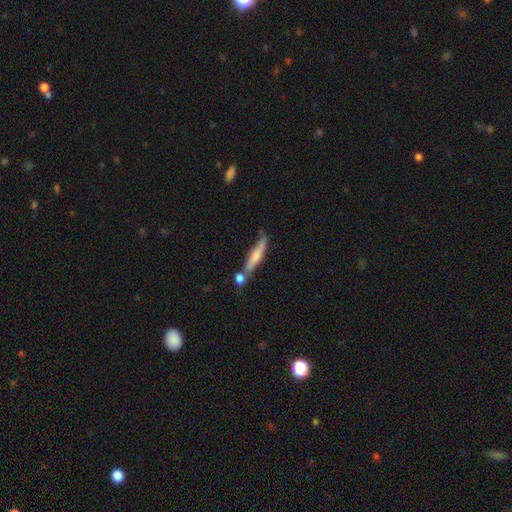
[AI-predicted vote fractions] The model was most divided on "merging": none: 53%, merger: 25%, minor disturbance: 16%, major disturbance: 5%. More confident: how rounded — cigar-shaped (87%); smooth or featured — smooth (61%).